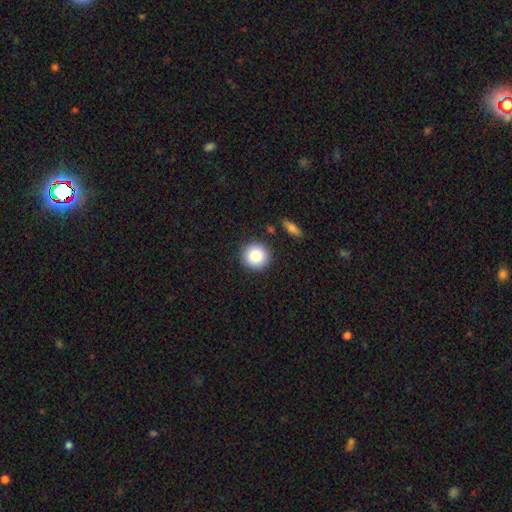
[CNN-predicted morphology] Smooth or featured? Predicted: smooth (p=0.86). How rounded? Predicted: round (p=0.94). Merging? Predicted: none (p=0.89).